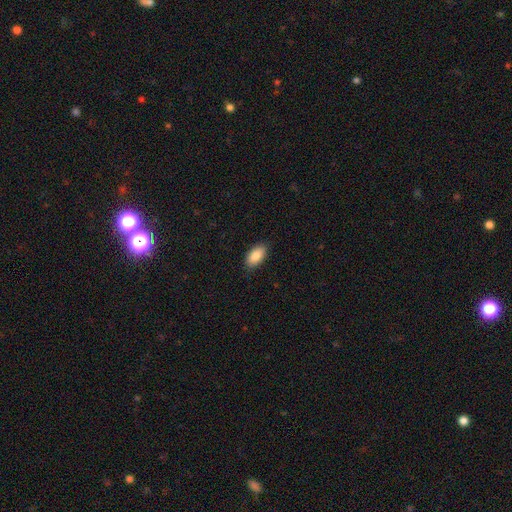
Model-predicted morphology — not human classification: Smooth or featured? smooth (87%)
How rounded? in between (94%)
Merging? none (87%)